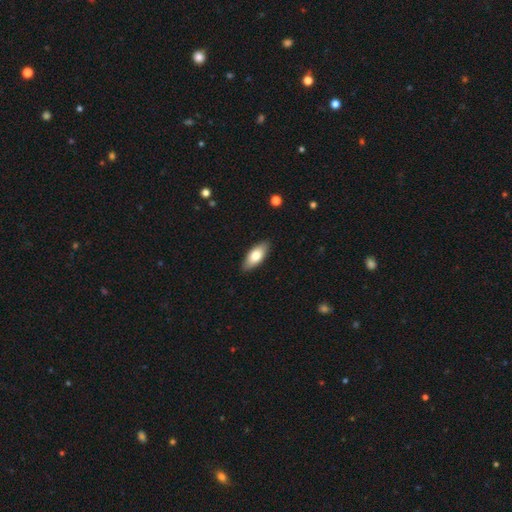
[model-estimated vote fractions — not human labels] Overall: smooth (75%). How rounded: in between (83%). Merging: none (88%).